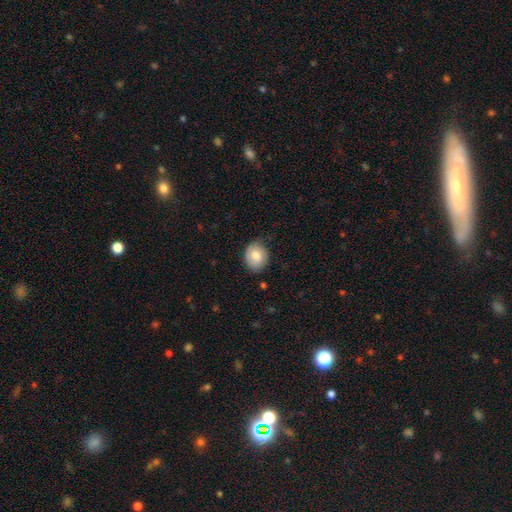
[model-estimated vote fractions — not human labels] Smooth or featured: smooth — 72% (featured or disk — 21%)
How rounded: round — 57% (in between — 42%)
Merging: none — 70% (minor disturbance — 24%)